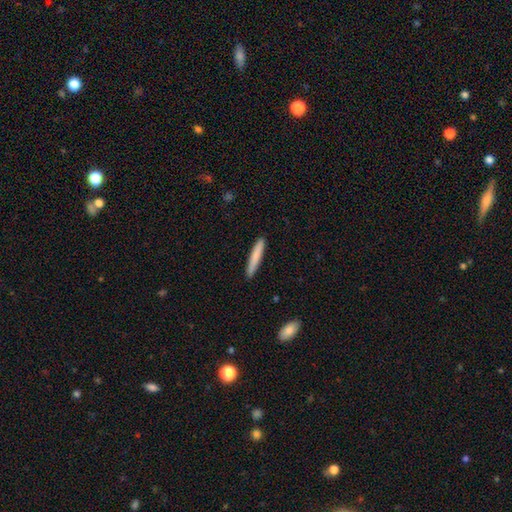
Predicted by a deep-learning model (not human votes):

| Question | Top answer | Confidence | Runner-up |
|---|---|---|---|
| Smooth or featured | smooth | 80% | featured or disk (15%) |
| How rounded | cigar-shaped | 95% | in between (4%) |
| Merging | none | 91% | minor disturbance (6%) |